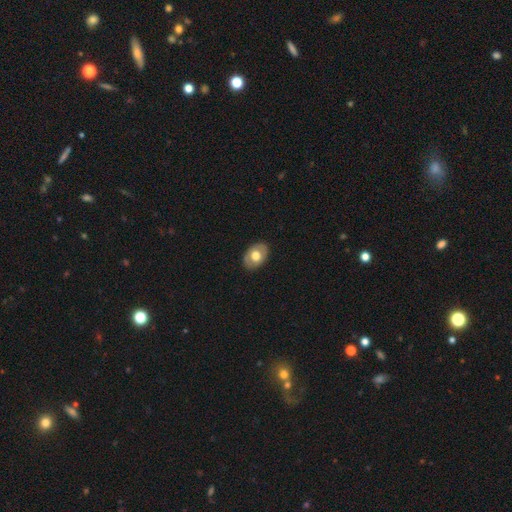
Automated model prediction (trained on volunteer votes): This appears to be a smooth galaxy with no disk features (61%) that is in between round and cigar-shaped (79%). Merging: none (86%).